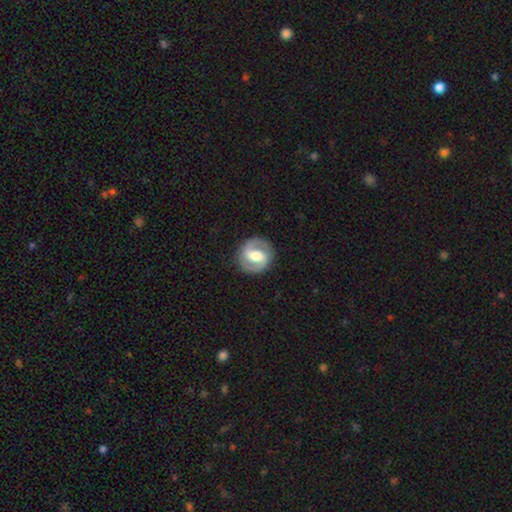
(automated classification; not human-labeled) Smooth or featured? Predicted: featured or disk (p=0.82). Edge-on disk? Predicted: no (p=0.98). Bar? Predicted: weak (p=0.41, tied with strong). Spiral arms? Predicted: yes (p=0.91). Spiral winding? Predicted: medium (p=0.52). Spiral arm count? Predicted: 2 (p=0.92). Bulge size? Predicted: moderate (p=0.63). Merging? Predicted: none (p=0.88).